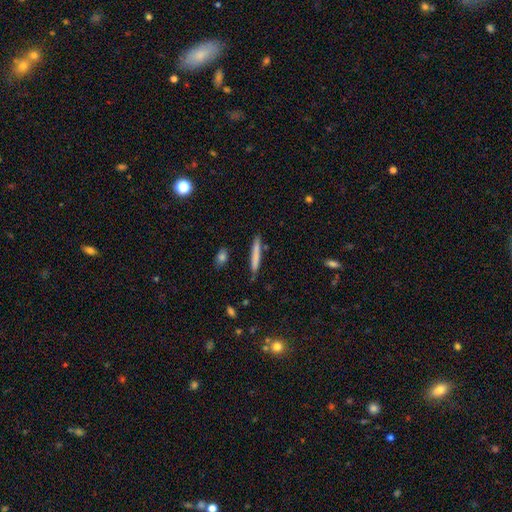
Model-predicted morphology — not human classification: Smooth or featured? Predicted: smooth (p=0.71). How rounded? Predicted: cigar-shaped (p=0.96). Merging? Predicted: none (p=0.87).